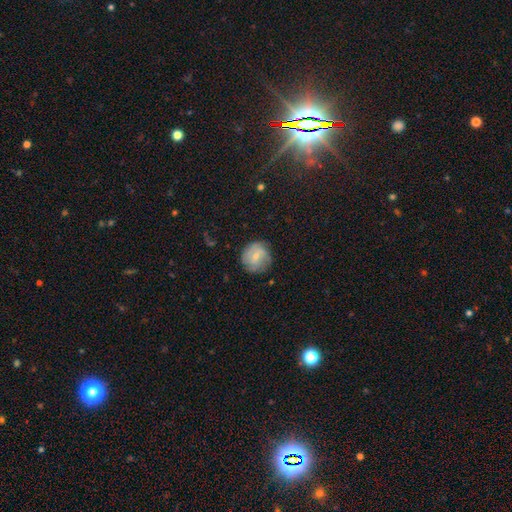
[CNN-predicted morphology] smooth 55%, featured or disk 36%, star or artifact 9%. Down the decision tree: how rounded — round (89%); merging — none (76%).